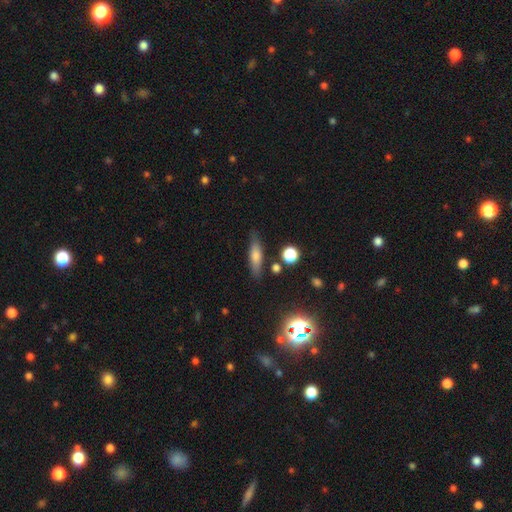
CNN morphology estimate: Overall: smooth (57%; featured or disk 30%). How rounded: cigar-shaped (63%; in between 32%). Merging: none (82%).